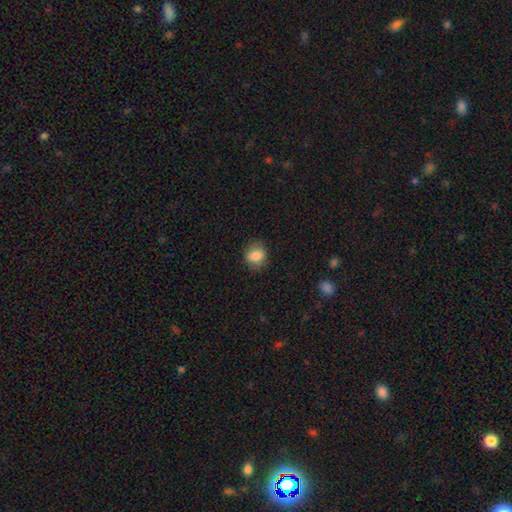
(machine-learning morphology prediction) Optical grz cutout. It shows a smooth galaxy with no disk features (85%) that is round (68%). Merging: none (82%).